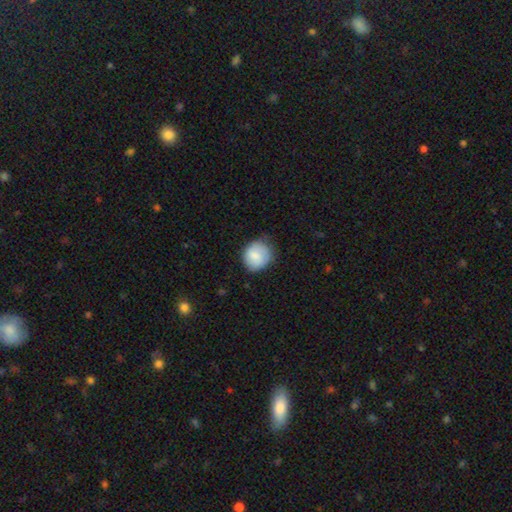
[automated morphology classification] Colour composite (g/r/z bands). It shows a smooth galaxy with no disk features (82%) that is round (81%). Merging: none (69%).